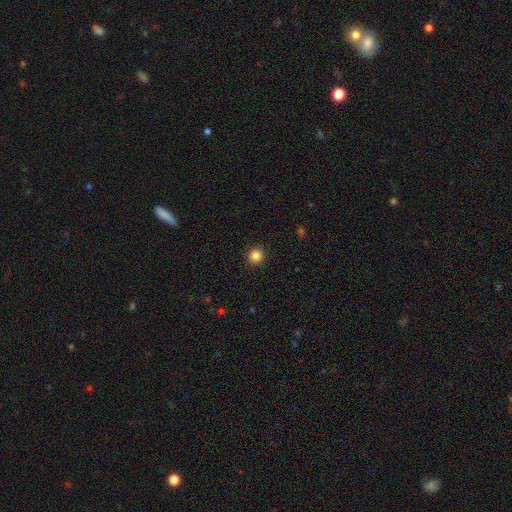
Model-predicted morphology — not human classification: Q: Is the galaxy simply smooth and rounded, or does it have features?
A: smooth — 86%.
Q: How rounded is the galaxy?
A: round — 93%.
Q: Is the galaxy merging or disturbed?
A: none — 92%.